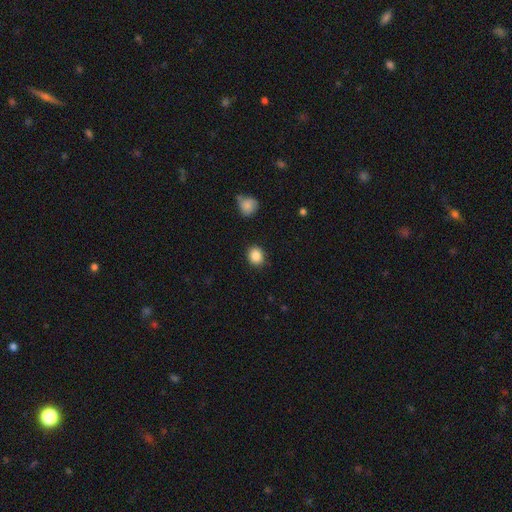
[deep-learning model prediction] smooth-or-featured: smooth: 87% | star or artifact: 9% | featured or disk: 4%
  how-rounded: round: 67% | in between: 32% | cigar-shaped: 1%
  merging: none: 88% | minor disturbance: 8% | major disturbance: 2% | merger: 2%